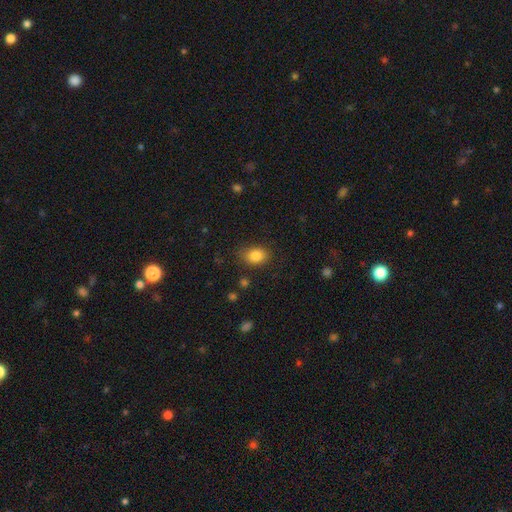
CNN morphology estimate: This appears to be a smooth galaxy with no disk features (86%) that is in between round and cigar-shaped (72%). Merging: none (77%).